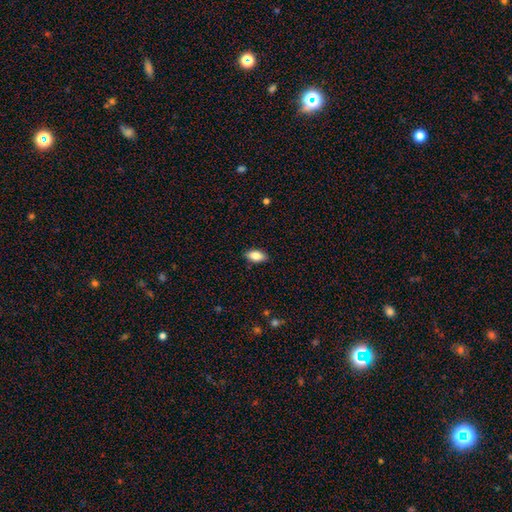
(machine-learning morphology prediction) Q: Smooth or featured?
A: smooth (84%); runner-up: featured or disk (9%)
Q: How rounded?
A: in between (91%); runner-up: cigar-shaped (5%)
Q: Merging?
A: none (87%); runner-up: minor disturbance (10%)